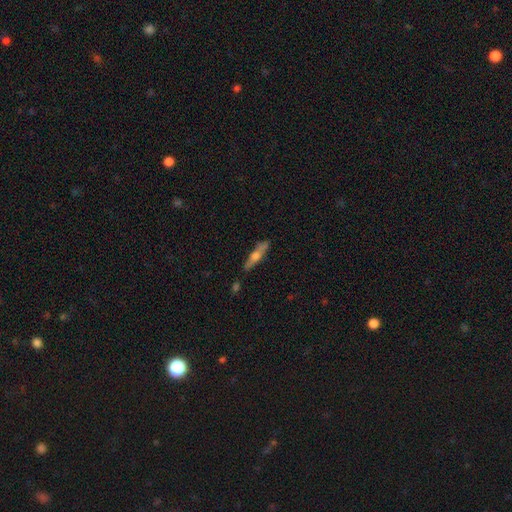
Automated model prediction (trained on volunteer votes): Morphology: type=featured or disk (59%); edge-on=yes (93%); edge-on bulge=rounded (88%); merging=none (82%).